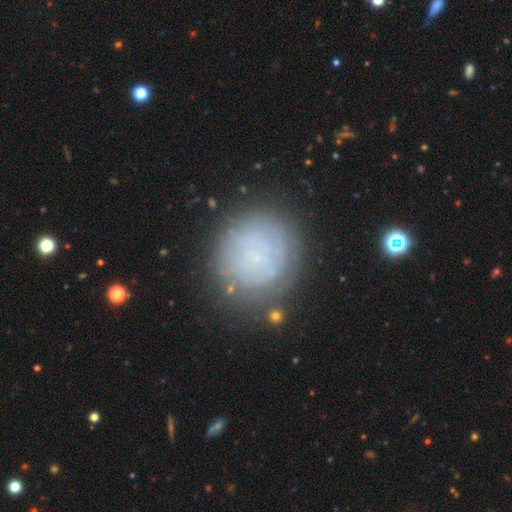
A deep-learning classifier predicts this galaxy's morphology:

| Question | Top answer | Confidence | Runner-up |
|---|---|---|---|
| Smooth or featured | featured or disk | 53% | smooth (37%) |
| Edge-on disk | no | 97% | yes (3%) |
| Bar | no | 82% | weak (14%) |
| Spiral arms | yes | 61% | no (39%) |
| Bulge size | small | 68% | none (23%) |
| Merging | none | 76% | minor disturbance (14%) |